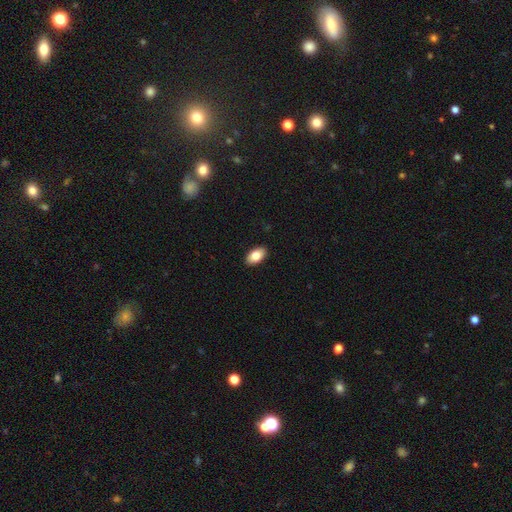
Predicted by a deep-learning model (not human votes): Q: Smooth or featured?
A: smooth (81%); runner-up: featured or disk (12%)
Q: How rounded?
A: in between (93%); runner-up: round (4%)
Q: Merging?
A: none (91%); runner-up: minor disturbance (7%)